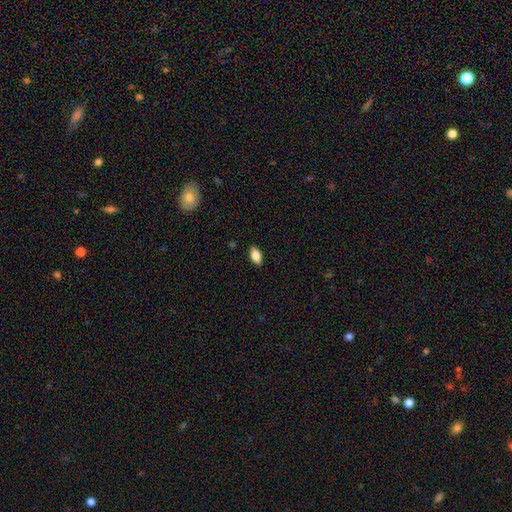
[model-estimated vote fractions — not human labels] Morphology: type=smooth (79%); roundness=in between (89%); merging=none (88%).